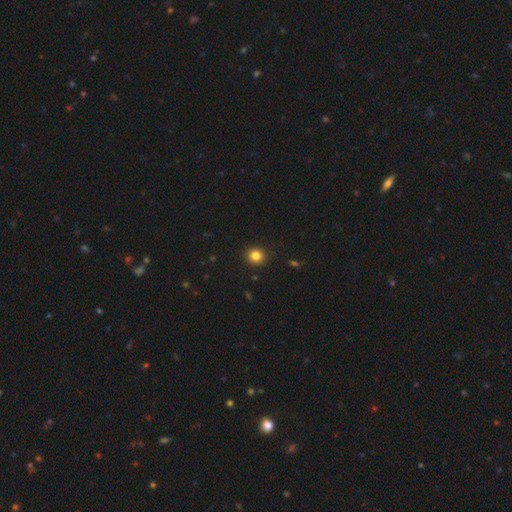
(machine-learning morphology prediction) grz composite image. It shows a smooth galaxy with no disk features (83%) that is round (88%). Merging: none (92%).